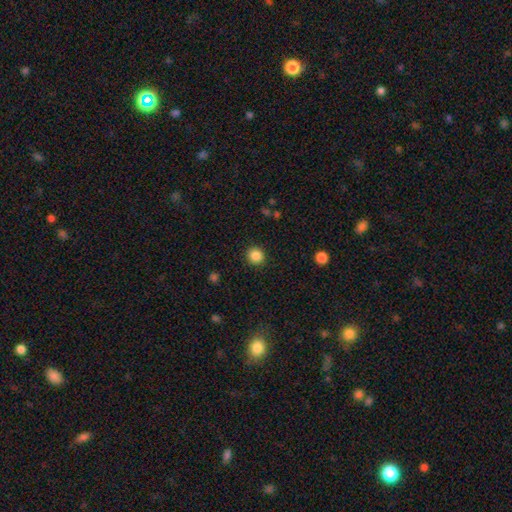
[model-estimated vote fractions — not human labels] Smooth or featured?
  - smooth: 86% *
  - star or artifact: 10%
  - featured or disk: 4%
How rounded?
  - round: 90% *
  - in between: 9%
  - cigar-shaped: 1%
Merging?
  - none: 91% *
  - minor disturbance: 6%
  - major disturbance: 2%
  - merger: 1%